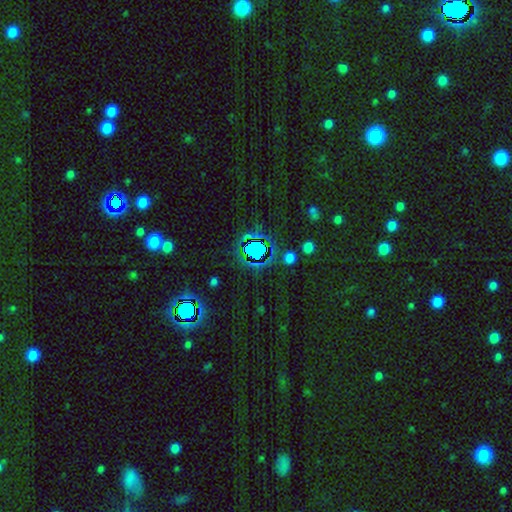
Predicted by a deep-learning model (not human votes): The model was most divided on "smooth or featured": star or artifact: 67%, smooth: 23%, featured or disk: 10%.